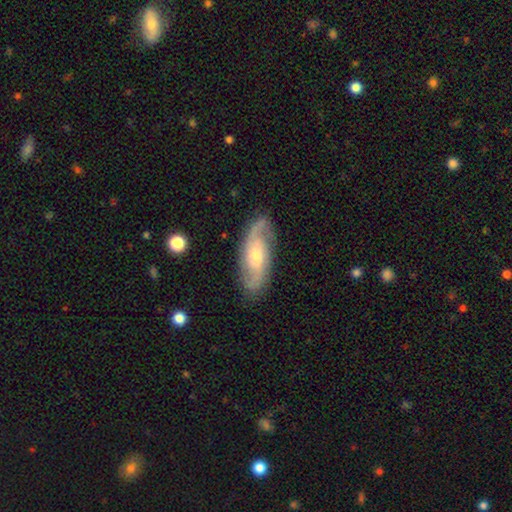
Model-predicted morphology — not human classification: The model was most divided on "bulge size": moderate: 51%, small: 42%, large: 4%, none: 2%, dominant: 1%. Remaining: spiral arms — yes (95%); edge-on disk — no (91%); merging — none (82%); smooth or featured — featured or disk (81%); spiral arm count — 2 (81%); bar — no (58%); spiral winding — medium (47%).